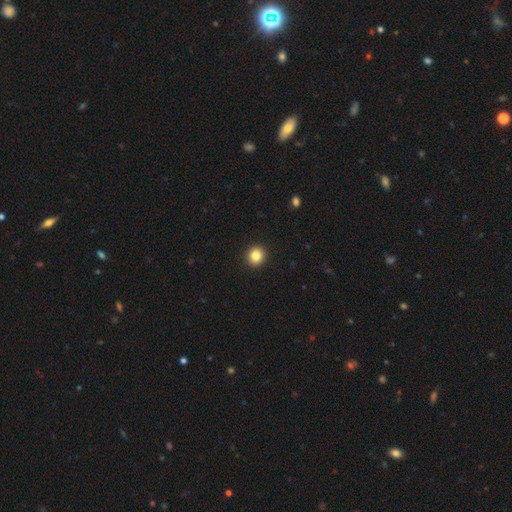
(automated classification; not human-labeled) This is clearly a smooth galaxy (84%). How rounded: clearly round (89%). Merging: clearly none (93%).